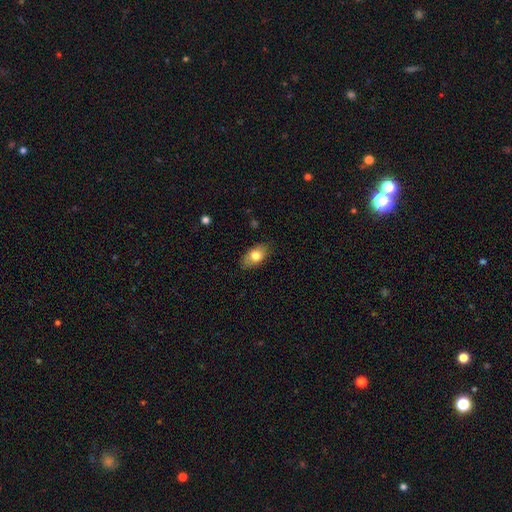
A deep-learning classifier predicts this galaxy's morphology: Q: Smooth or featured?
A: smooth (77%); runner-up: featured or disk (15%)
Q: How rounded?
A: in between (89%); runner-up: round (9%)
Q: Merging?
A: none (81%); runner-up: minor disturbance (15%)